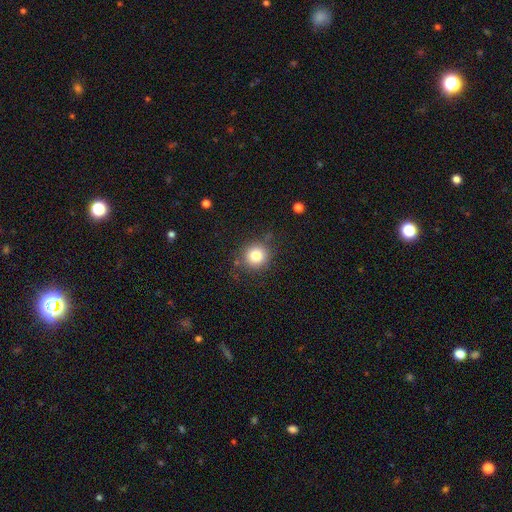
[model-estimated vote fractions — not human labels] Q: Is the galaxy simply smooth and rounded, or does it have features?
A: smooth — 81%.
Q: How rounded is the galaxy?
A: round — 91%.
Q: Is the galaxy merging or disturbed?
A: none — 82%.